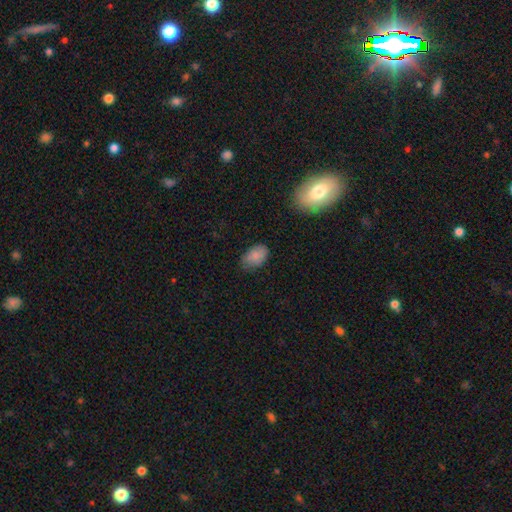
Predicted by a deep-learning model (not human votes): Morphology: type=smooth (85%); roundness=in between (90%); merging=none (73%).